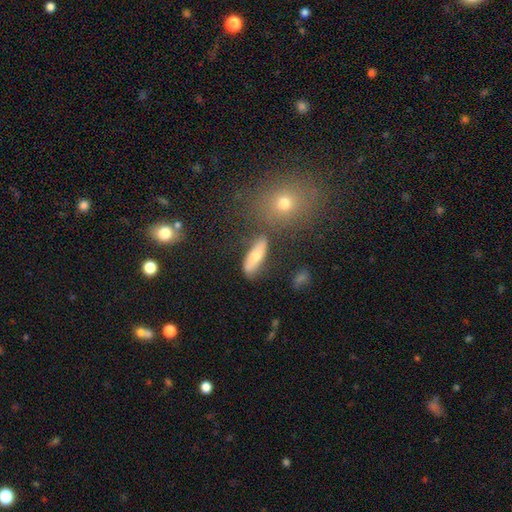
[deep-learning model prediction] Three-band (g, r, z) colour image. It shows a smooth galaxy with no disk features (65%) that is in between round and cigar-shaped (55%). Merging: none (70%).